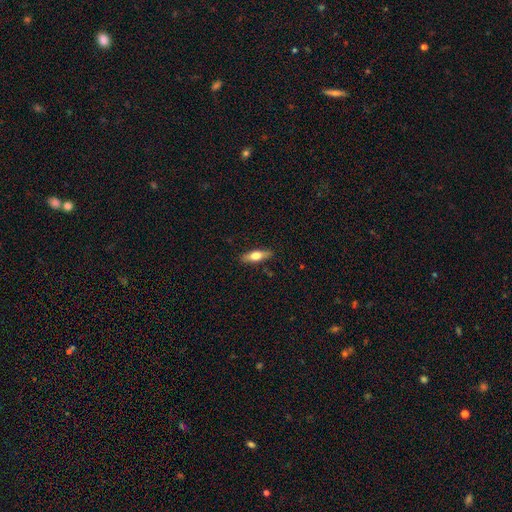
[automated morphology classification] Overall: smooth (62%; featured or disk 32%). How rounded: in between (55%; cigar-shaped 42%). Merging: none (86%).